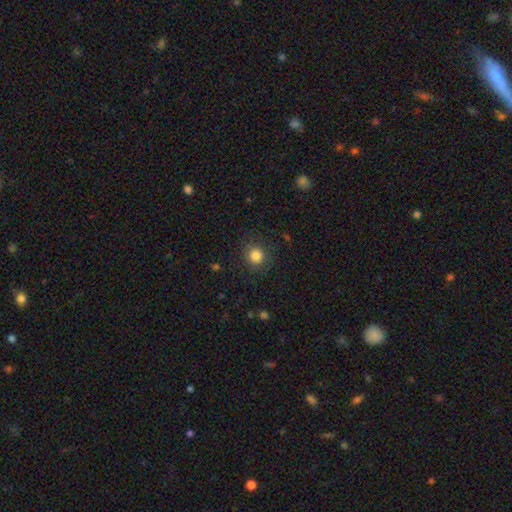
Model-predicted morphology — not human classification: type=smooth (84%); roundness=round (88%); merging=none (85%).